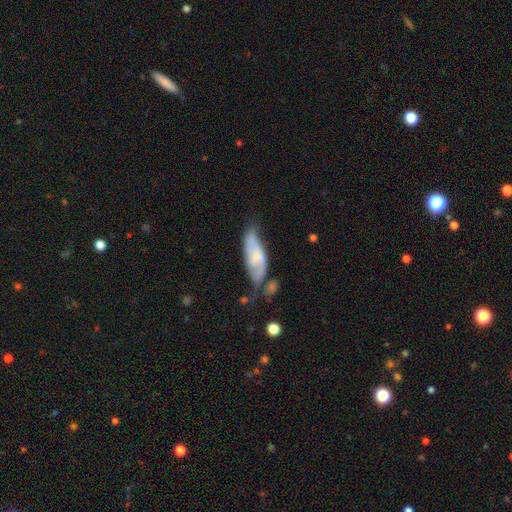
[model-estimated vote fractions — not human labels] smooth-or-featured: featured or disk: 49% | smooth: 45% | star or artifact: 7%
  merging: none: 37% | minor disturbance: 33% | major disturbance: 18% | merger: 12%